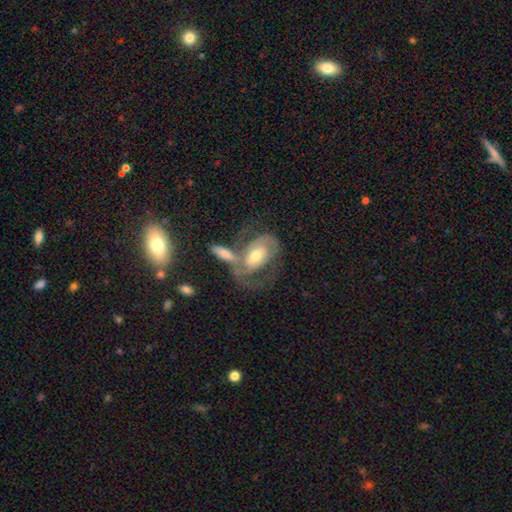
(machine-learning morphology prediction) A featured or disk galaxy (77%) with no bar (43%), 2 (73%) medium (45%) spiral arms (90%) and a moderate central bulge (65%).

Vote fractions:
- Smooth or featured? featured or disk: 77% / smooth: 17% / star or artifact: 6%
- Edge-on disk? no: 95% / yes: 5%
- Bar? no: 43% / weak: 39% / strong: 18%
- Spiral arms? yes: 90% / no: 10%
- Spiral winding? medium: 45% / tight: 37% / loose: 18%
- Spiral arm count? 2: 73% / can't tell: 13% / 1: 8% / 3: 3% / 4: 1% / more than 4: 1%
- Bulge size? moderate: 65% / small: 22% / large: 10% / none: 2% / dominant: 1%
- Merging? merger: 35% / none: 32% / major disturbance: 19% / minor disturbance: 15%